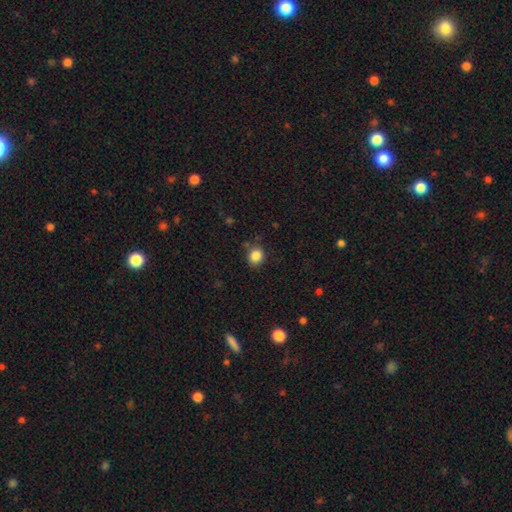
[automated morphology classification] This is clearly a smooth galaxy (85%). How rounded: likely round (78%). Merging: clearly none (80%).